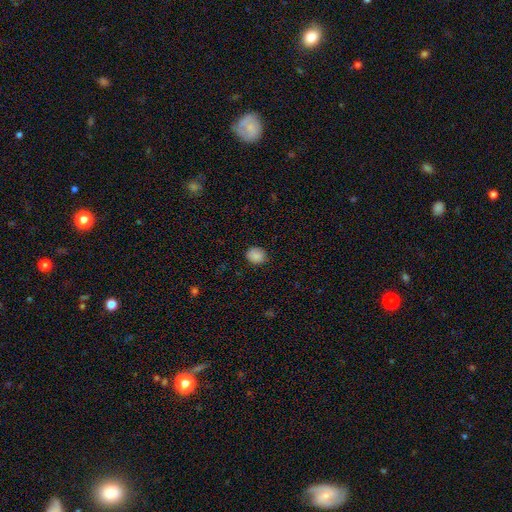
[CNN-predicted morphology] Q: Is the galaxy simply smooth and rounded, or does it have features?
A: smooth — 87%.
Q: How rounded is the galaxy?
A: round — 71%.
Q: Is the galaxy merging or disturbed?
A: none — 86%.